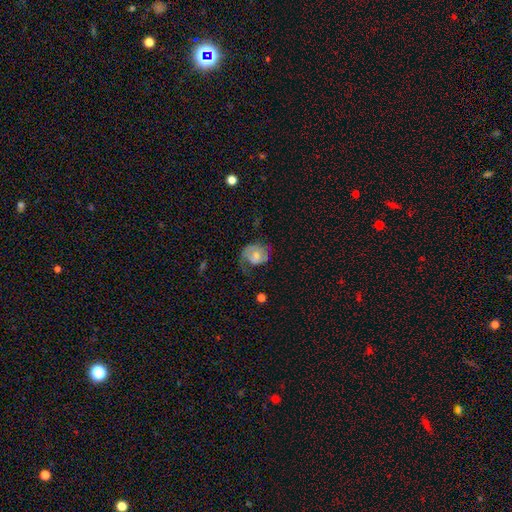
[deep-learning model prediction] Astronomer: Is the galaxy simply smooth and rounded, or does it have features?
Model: featured or disk — 48% (runner-up: smooth, 44%).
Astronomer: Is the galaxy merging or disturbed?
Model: major disturbance — 37% (runner-up: none, 34%).